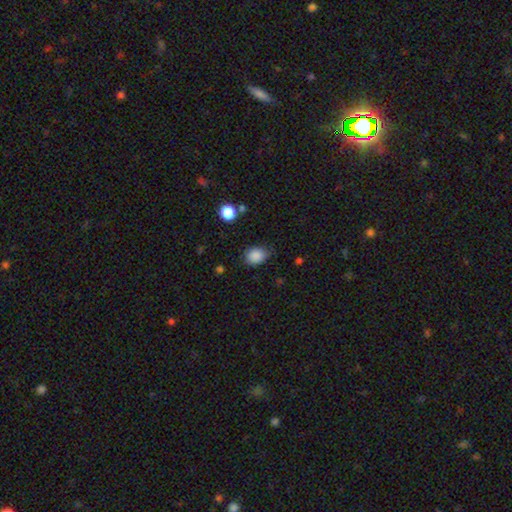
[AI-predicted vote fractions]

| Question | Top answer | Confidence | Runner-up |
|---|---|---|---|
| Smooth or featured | smooth | 87% | star or artifact (9%) |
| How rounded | in between | 54% | round (45%) |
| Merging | none | 69% | minor disturbance (25%) |